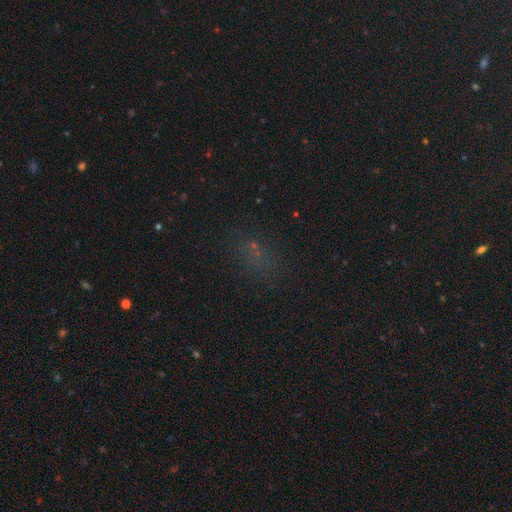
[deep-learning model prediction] Q: Smooth or featured?
A: smooth (45%); runner-up: star or artifact (44%)
Q: Merging?
A: none (77%); runner-up: minor disturbance (14%)